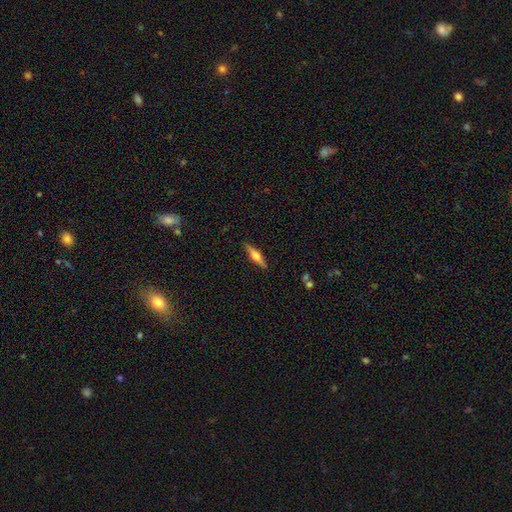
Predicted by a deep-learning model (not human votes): This appears to be a featured or disk galaxy (69%) viewed edge-on (97%) with a rounded central bulge (94%). Merging: none (90%).